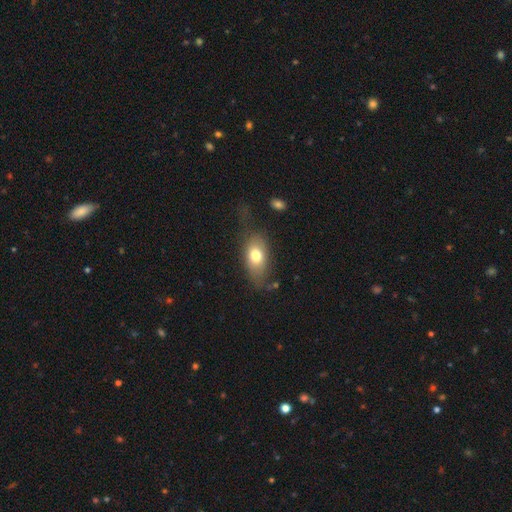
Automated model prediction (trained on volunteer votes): Smooth or featured: smooth — 73% (featured or disk — 19%)
How rounded: in between — 85% (round — 10%)
Merging: none — 53% (minor disturbance — 26%)